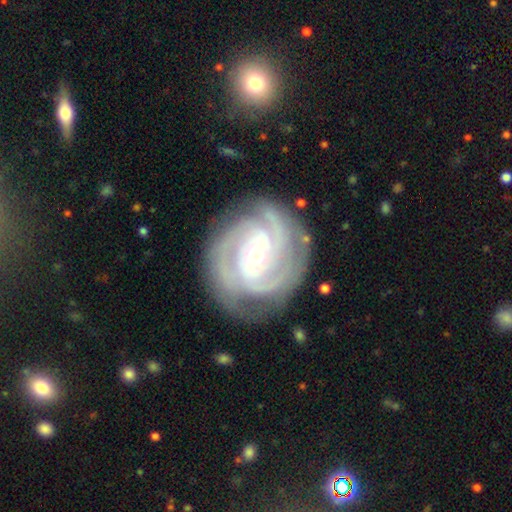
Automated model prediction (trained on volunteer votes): A featured or disk galaxy (92%) with a weak bar (45%), 3 (44%) tight (74%) spiral arms (98%) and a moderate central bulge (61%). Merging: none (80%).